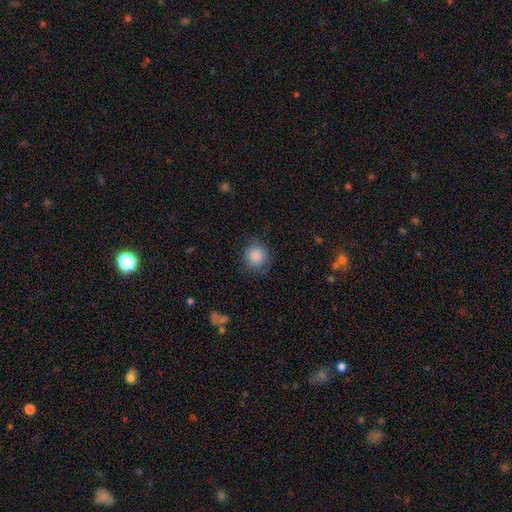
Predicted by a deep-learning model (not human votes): This is clearly a smooth galaxy (83%). How rounded: clearly round (85%). Merging: likely none (77%).